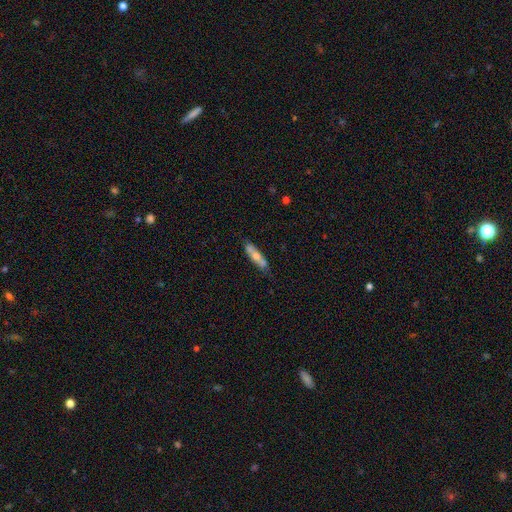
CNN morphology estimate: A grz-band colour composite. It shows a smooth galaxy with no disk features (52%) that is cigar-shaped (67%). Merging: none (71%).